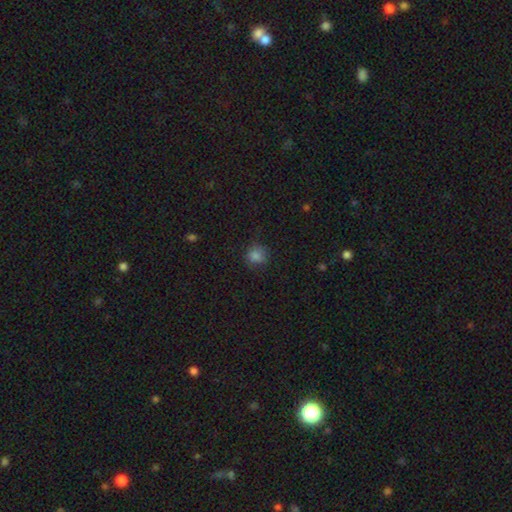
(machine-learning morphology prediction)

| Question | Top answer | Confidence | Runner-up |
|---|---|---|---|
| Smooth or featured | smooth | 82% | star or artifact (13%) |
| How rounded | round | 86% | in between (13%) |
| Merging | none | 80% | minor disturbance (15%) |